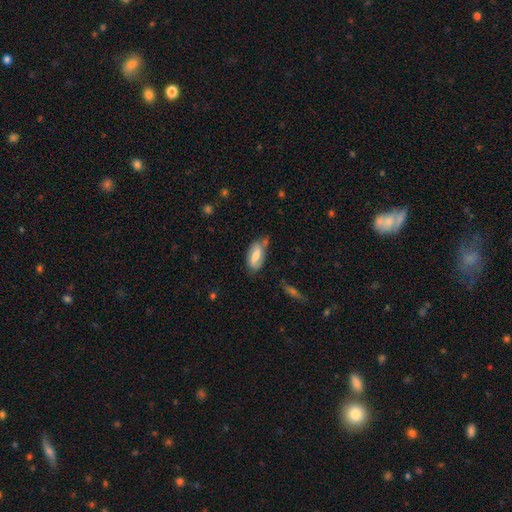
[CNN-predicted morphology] Smooth or featured: smooth — 56% (featured or disk — 37%)
How rounded: in between — 86% (cigar-shaped — 11%)
Merging: none — 51% (minor disturbance — 33%)